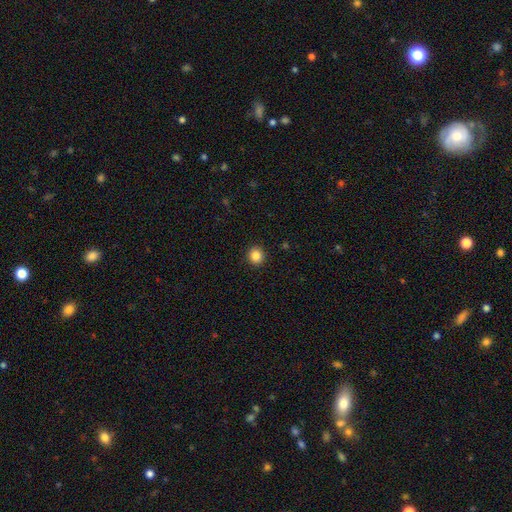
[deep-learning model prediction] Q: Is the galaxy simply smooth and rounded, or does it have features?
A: smooth — 85%.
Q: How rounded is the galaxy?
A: round — 92%.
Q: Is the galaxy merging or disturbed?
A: none — 93%.